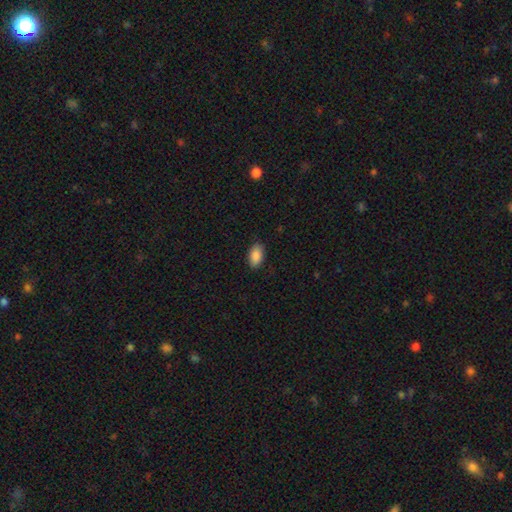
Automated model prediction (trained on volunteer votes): Smooth or featured? smooth (89%)
How rounded? in between (94%)
Merging? none (87%)